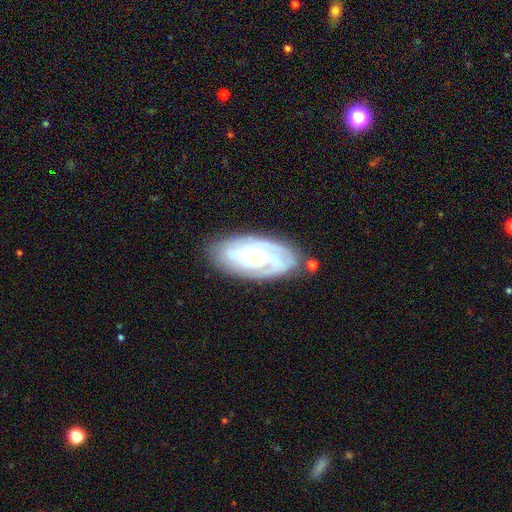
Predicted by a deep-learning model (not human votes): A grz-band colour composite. It shows a featured or disk galaxy (80%) with no bar (72%), tight (75%) spiral arms (95%) and a small central bulge (73%). Merging: none (78%).